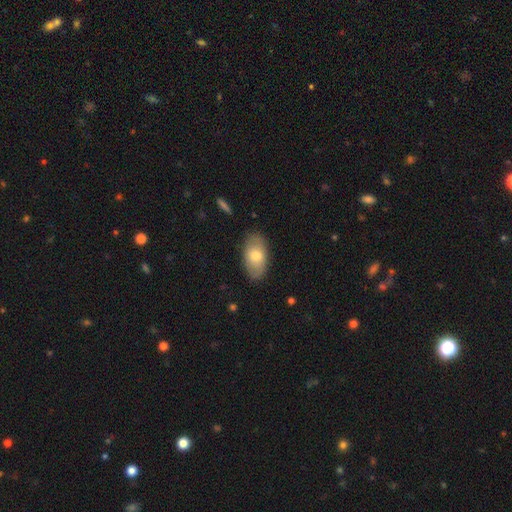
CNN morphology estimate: Smooth or featured? smooth (72%)
How rounded? in between (93%)
Merging? none (83%)